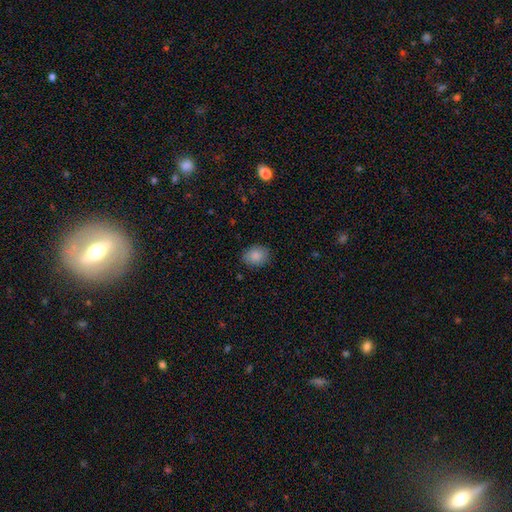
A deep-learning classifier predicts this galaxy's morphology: smooth-or-featured: smooth: 86% | star or artifact: 8% | featured or disk: 6%
  how-rounded: in between: 54% | round: 45% | cigar-shaped: 1%
  merging: none: 85% | minor disturbance: 11% | major disturbance: 3% | merger: 1%